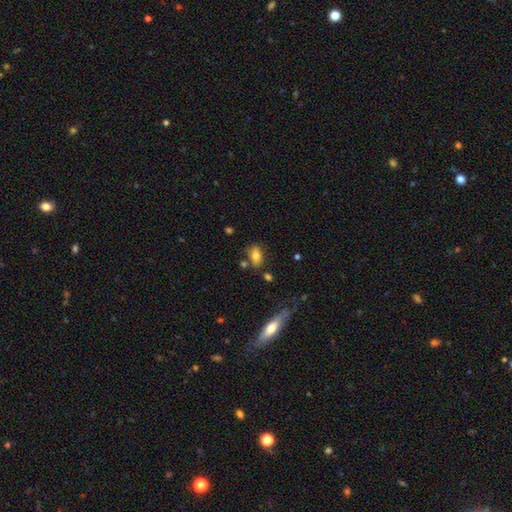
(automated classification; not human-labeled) This appears to be a smooth galaxy with no disk features (75%) that is in between round and cigar-shaped (85%). Merging: none (70%).